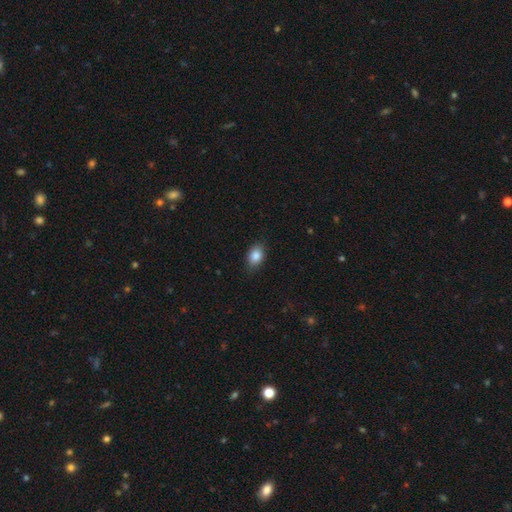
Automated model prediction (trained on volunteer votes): smooth-or-featured: smooth: 86% | star or artifact: 8% | featured or disk: 6%
  how-rounded: in between: 80% | round: 18% | cigar-shaped: 2%
  merging: none: 84% | minor disturbance: 13% | major disturbance: 3% | merger: 1%